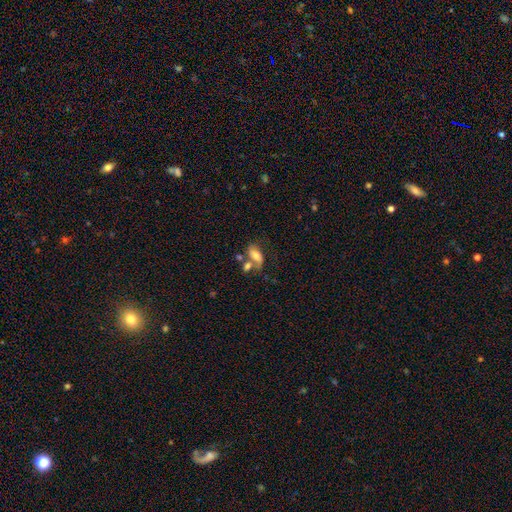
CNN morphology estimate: Overall: smooth (62%; featured or disk 29%). How rounded: in between (87%). Merging: merger (36%; none 35%).